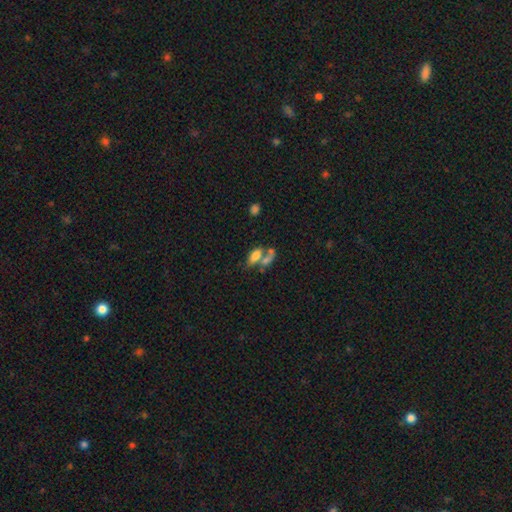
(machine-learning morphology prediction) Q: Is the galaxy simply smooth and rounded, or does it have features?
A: smooth — 70%.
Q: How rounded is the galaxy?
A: in between — 83%.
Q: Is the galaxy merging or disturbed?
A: merger — 51%.